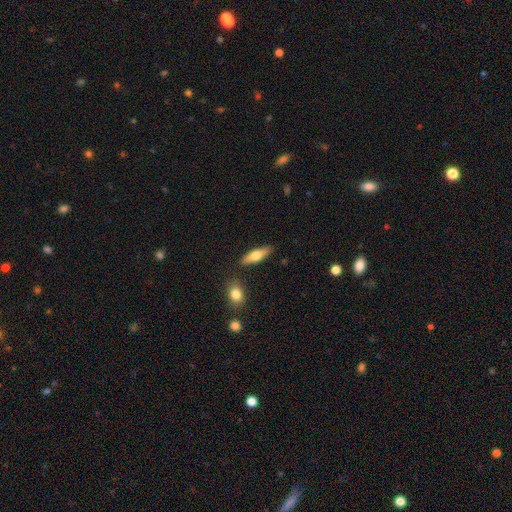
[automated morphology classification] smooth 62%, featured or disk 32%, star or artifact 6%. Down the decision tree: how rounded — cigar-shaped (50%); merging — none (85%).